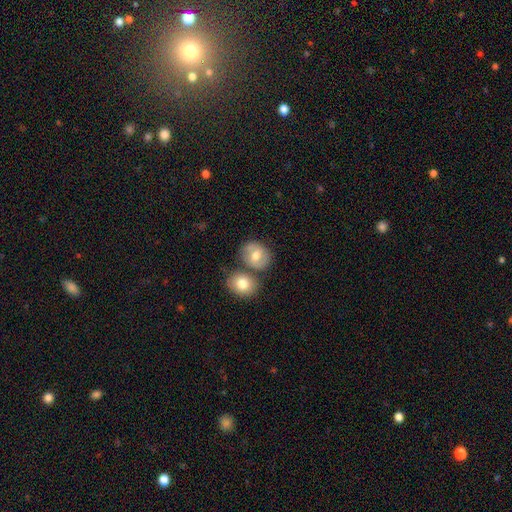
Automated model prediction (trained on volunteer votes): Overall: smooth (61%; featured or disk 32%). How rounded: round (62%; in between 37%). Merging: none (62%).